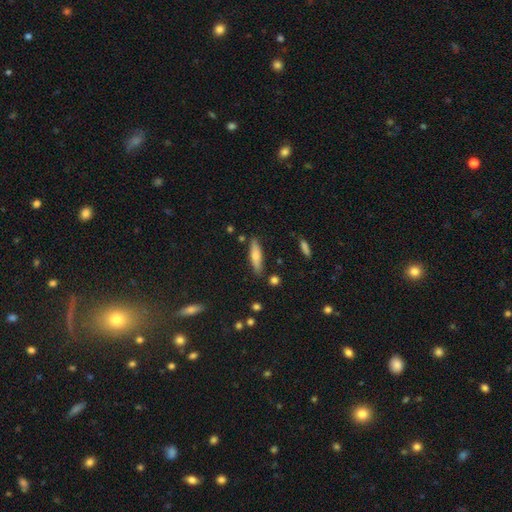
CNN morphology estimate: Smooth or featured? Predicted: smooth (p=0.67). How rounded? Predicted: cigar-shaped (p=0.70). Merging? Predicted: none (p=0.83).